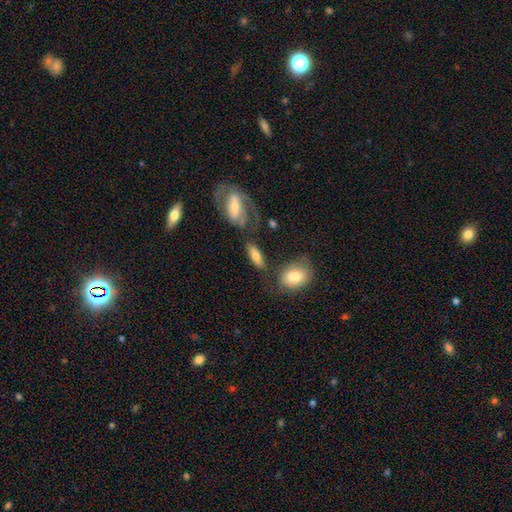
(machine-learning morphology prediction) Q: Smooth or featured?
A: smooth (68%); runner-up: featured or disk (25%)
Q: How rounded?
A: in between (66%); runner-up: cigar-shaped (29%)
Q: Merging?
A: none (63%); runner-up: minor disturbance (17%)